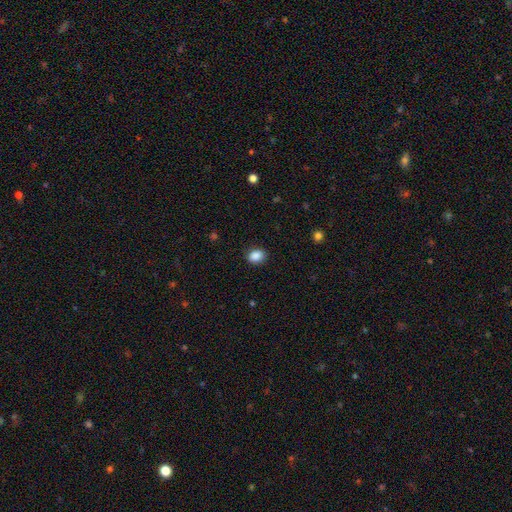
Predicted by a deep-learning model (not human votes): smooth_or_featured: smooth (p=0.88) [alt: star or artifact p=0.09]
how_rounded: in between (p=0.55) [alt: round p=0.44]
merging: none (p=0.89) [alt: minor disturbance p=0.08]